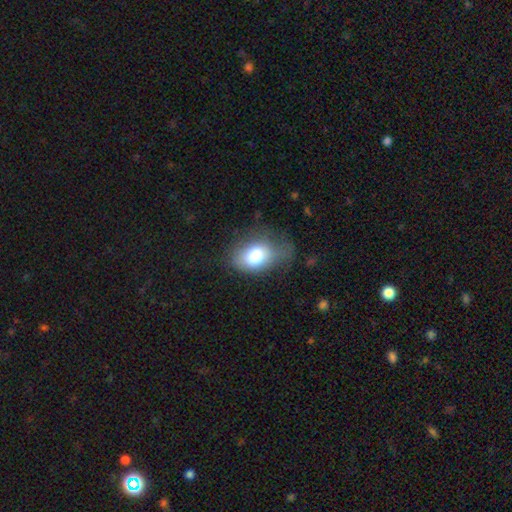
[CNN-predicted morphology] smooth_or_featured: smooth (p=0.76) [alt: featured or disk p=0.14]
how_rounded: in between (p=0.74) [alt: round p=0.24]
merging: none (p=0.42) [alt: minor disturbance p=0.33]